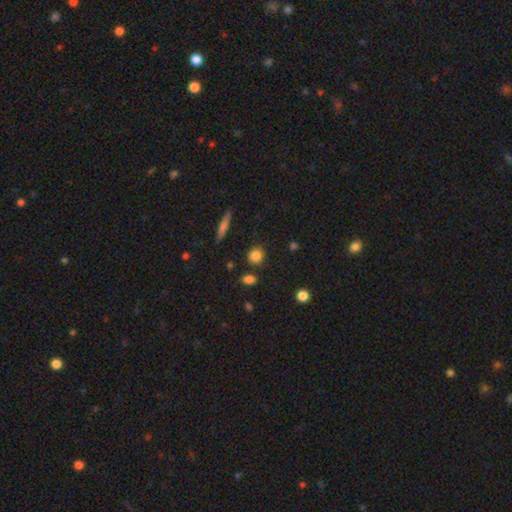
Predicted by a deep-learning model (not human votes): smooth_or_featured: smooth (p=0.83) [alt: star or artifact p=0.11]
how_rounded: round (p=0.73) [alt: in between p=0.23]
merging: none (p=0.81) [alt: minor disturbance p=0.11]